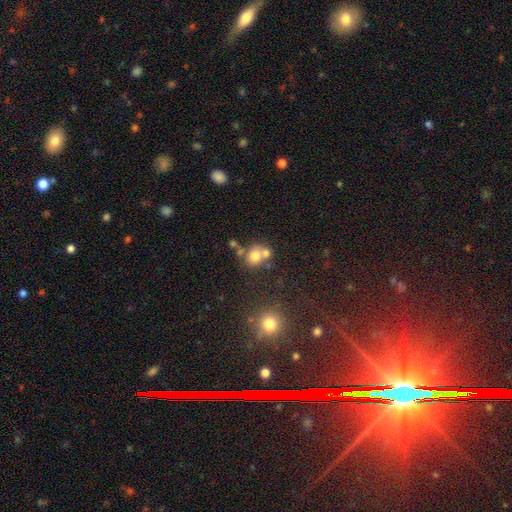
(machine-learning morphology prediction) This is likely a smooth galaxy (70%). How rounded: likely round (69%). Merging: marginally merger (43%).